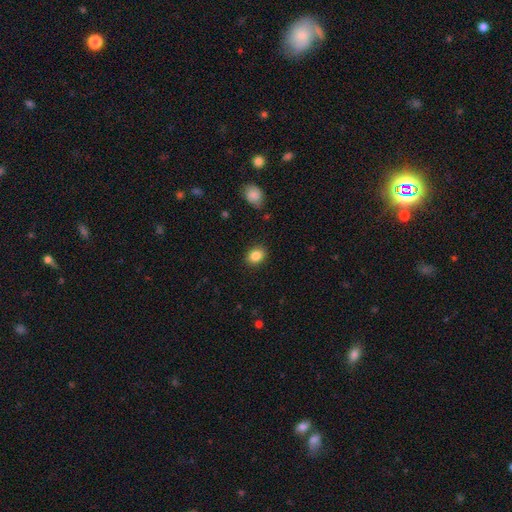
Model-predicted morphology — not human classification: Smooth or featured: smooth — 85% (star or artifact — 9%)
How rounded: in between — 55% (round — 44%)
Merging: none — 88% (minor disturbance — 8%)